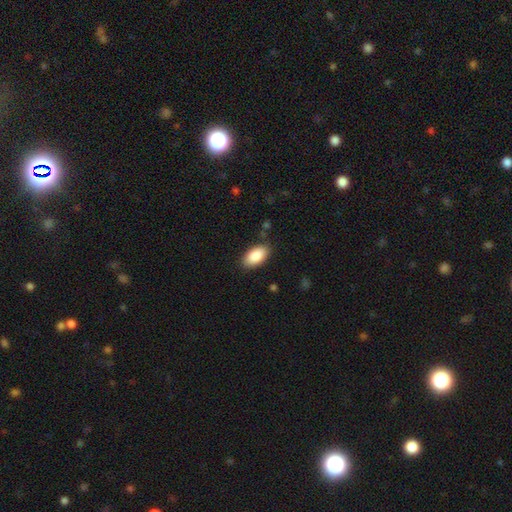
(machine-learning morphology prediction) A smooth galaxy with no disk features (88%) that is in between round and cigar-shaped (94%). Merging: none (86%).